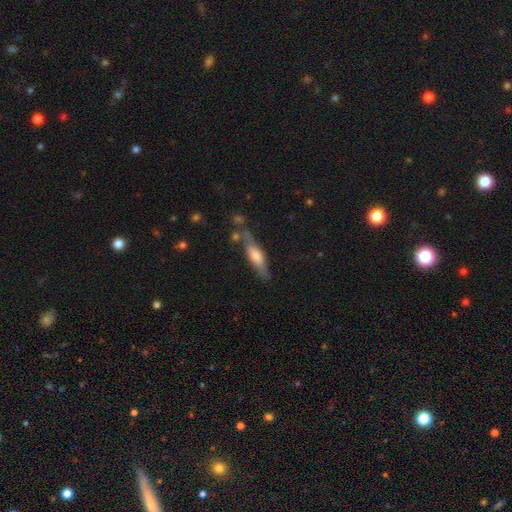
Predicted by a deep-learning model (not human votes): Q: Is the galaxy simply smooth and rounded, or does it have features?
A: smooth — 48%.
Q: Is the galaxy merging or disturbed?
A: none — 61%.